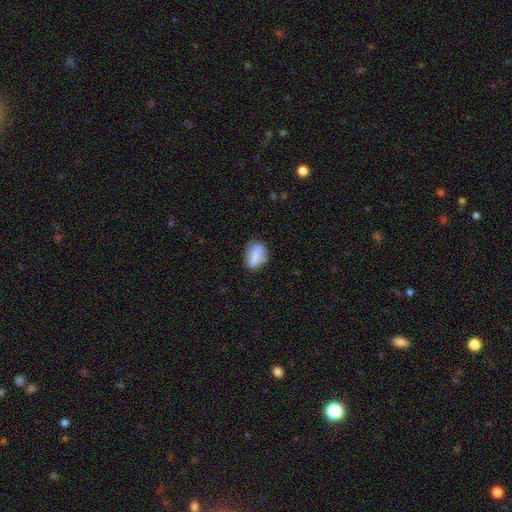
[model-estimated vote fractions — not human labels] A smooth galaxy with no disk features (74%) that is in between round and cigar-shaped (79%).

Vote fractions:
- Smooth or featured? smooth: 74% / featured or disk: 18% / star or artifact: 8%
- How rounded? in between: 79% / round: 18% / cigar-shaped: 3%
- Merging? none: 58% / minor disturbance: 27% / major disturbance: 9% / merger: 6%